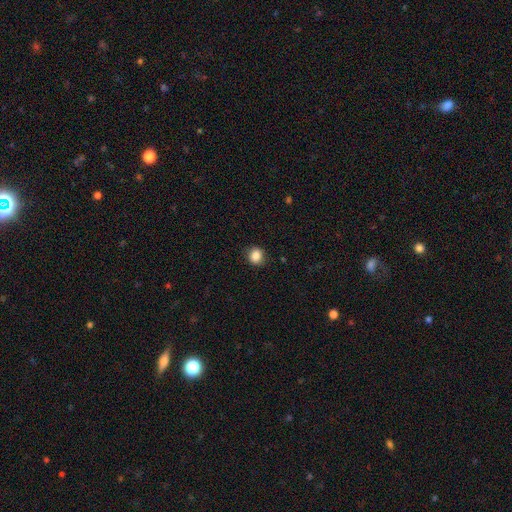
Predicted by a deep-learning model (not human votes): smooth_or_featured: smooth (p=0.86) [alt: star or artifact p=0.09]
how_rounded: round (p=0.73) [alt: in between p=0.26]
merging: none (p=0.86) [alt: minor disturbance p=0.10]